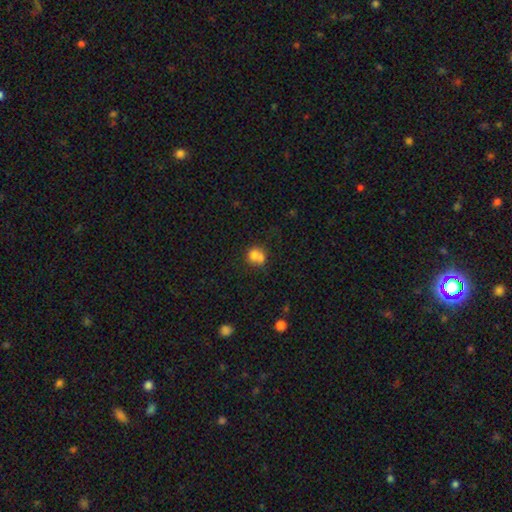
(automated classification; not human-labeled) Morphology: type=smooth (72%); roundness=round (75%); merging=merger (52%).